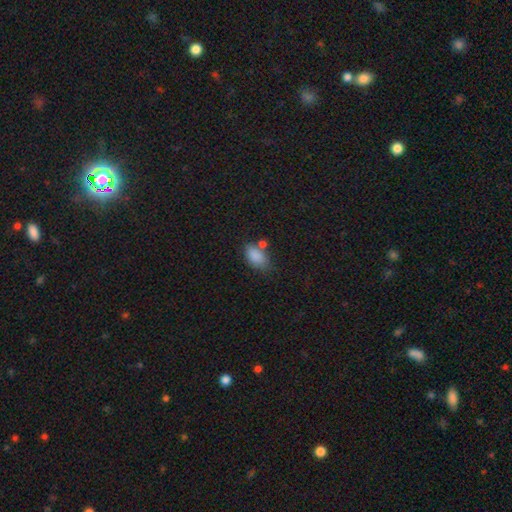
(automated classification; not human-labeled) A smooth galaxy with no disk features (85%) that is in between round and cigar-shaped (90%).

Vote fractions:
- Smooth or featured? smooth: 85% / star or artifact: 9% / featured or disk: 6%
- How rounded? in between: 90% / round: 8% / cigar-shaped: 2%
- Merging? none: 56% / minor disturbance: 19% / merger: 18% / major disturbance: 6%